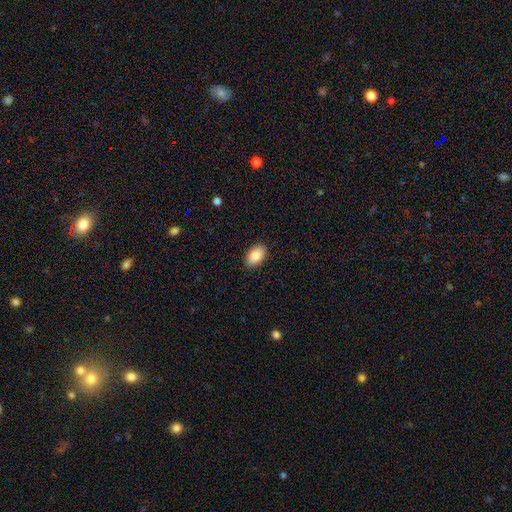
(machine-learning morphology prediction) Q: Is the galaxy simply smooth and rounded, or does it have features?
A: smooth — 89%.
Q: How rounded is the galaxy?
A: in between — 92%.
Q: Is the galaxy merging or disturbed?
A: none — 89%.